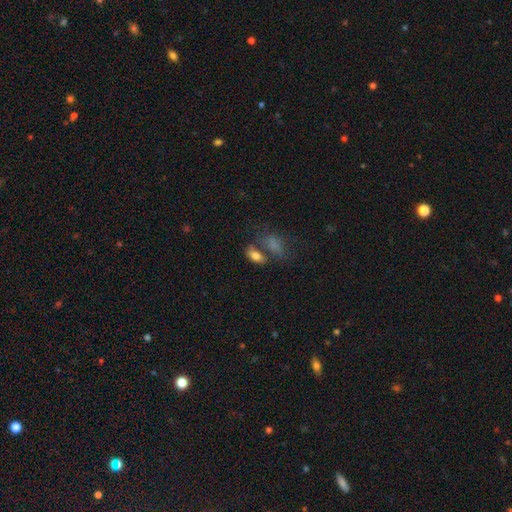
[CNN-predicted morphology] smooth_or_featured: smooth (p=0.76) [alt: featured or disk p=0.13]
how_rounded: in between (p=0.86) [alt: cigar-shaped p=0.08]
merging: none (p=0.49) [alt: merger p=0.26]